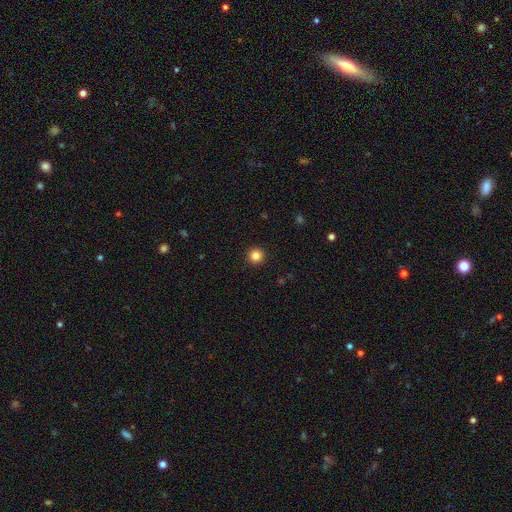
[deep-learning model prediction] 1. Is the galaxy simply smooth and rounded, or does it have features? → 85% smooth, 11% star or artifact, 4% featured or disk.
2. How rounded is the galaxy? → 96% round, 3% in between, 1% cigar-shaped.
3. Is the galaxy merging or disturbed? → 93% none, 4% minor disturbance, 2% major disturbance, 1% merger.